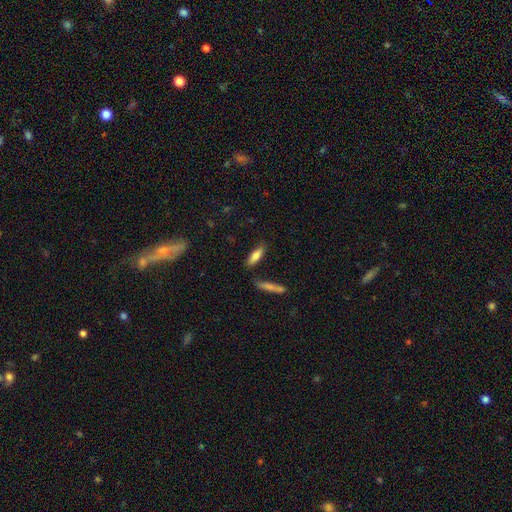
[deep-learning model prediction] Q: Smooth or featured?
A: smooth (78%); runner-up: featured or disk (15%)
Q: How rounded?
A: cigar-shaped (50%); runner-up: in between (48%)
Q: Merging?
A: none (77%); runner-up: minor disturbance (14%)